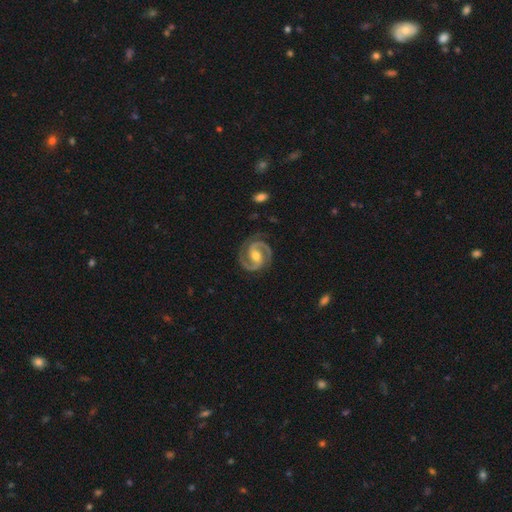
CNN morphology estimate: This is clearly a featured or disk galaxy (94%). It is clearly not viewed edge-on (98%). Bar: marginally weak (41%). Spiral arm pattern: clearly yes (99%). Spiral arm count: clearly 2 (94%). Spiral winding: possibly medium (51%). Central bulge: likely moderate (68%). Merging: clearly none (85%).